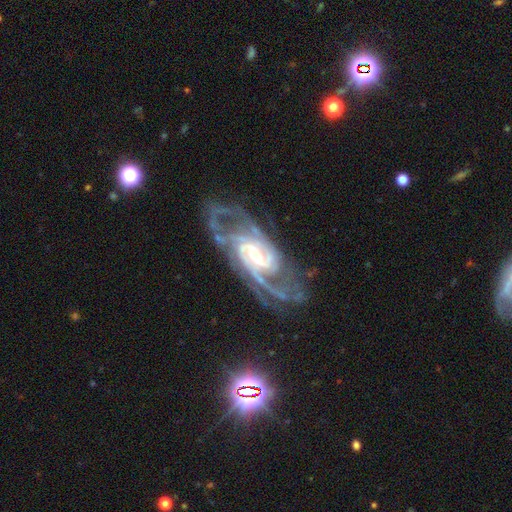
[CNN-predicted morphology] Smooth or featured?
  - featured or disk: 93% *
  - star or artifact: 5%
  - smooth: 3%
Edge-on disk?
  - no: 96% *
  - yes: 4%
Bar?
  - weak: 46% *
  - strong: 34%
  - no: 20%
Spiral arms?
  - yes: 99% *
  - no: 1%
Spiral winding?
  - tight: 48% *
  - medium: 44%
  - loose: 9%
Spiral arm count?
  - 2: 34% *
  - 3: 25%
  - 4: 14%
  - can't tell: 12%
  - more than 4: 7%
  - 1: 7%
Bulge size?
  - moderate: 55% *
  - small: 34%
  - large: 8%
  - none: 2%
  - dominant: 1%
Merging?
  - none: 69% *
  - minor disturbance: 17%
  - major disturbance: 12%
  - merger: 2%